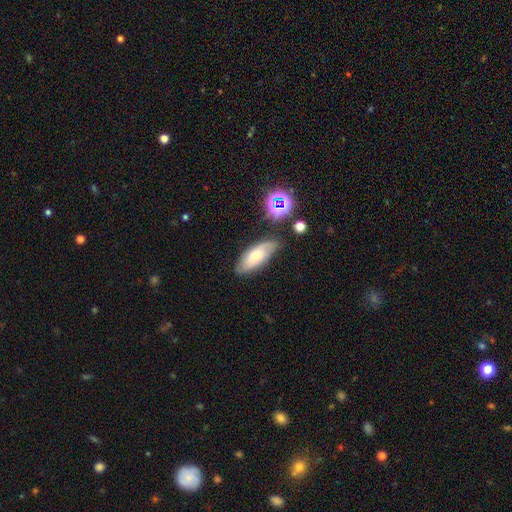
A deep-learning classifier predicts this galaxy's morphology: Smooth or featured: smooth — 58% (featured or disk — 31%)
How rounded: in between — 78% (cigar-shaped — 20%)
Merging: none — 69% (minor disturbance — 21%)